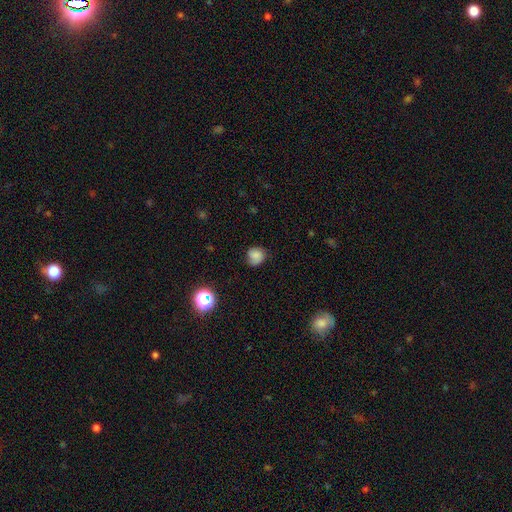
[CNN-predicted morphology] This appears to be a smooth galaxy with no disk features (77%) that is round (79%). Merging: none (67%).